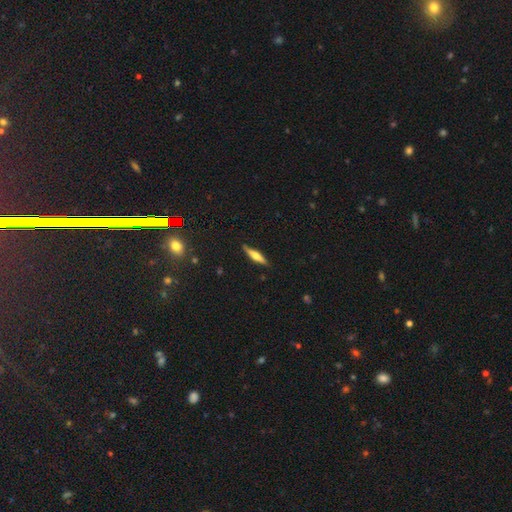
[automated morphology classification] Q: Smooth or featured?
A: featured or disk (54%); runner-up: smooth (39%)
Q: Edge-on disk?
A: yes (96%); runner-up: no (4%)
Q: Edge-on bulge?
A: rounded (80%); runner-up: boxy (13%)
Q: Merging?
A: none (88%); runner-up: minor disturbance (9%)